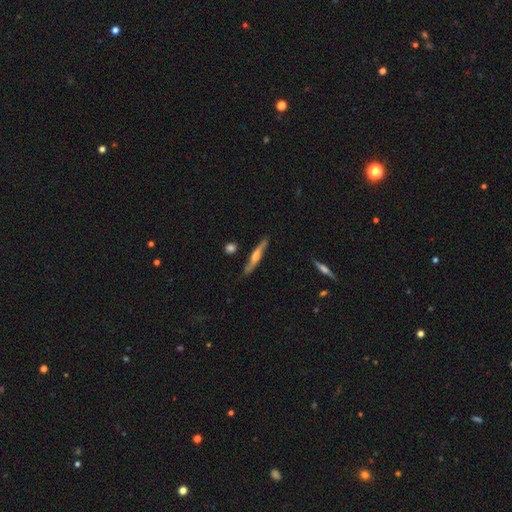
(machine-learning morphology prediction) Smooth or featured?
  - featured or disk: 66% *
  - smooth: 28%
  - star or artifact: 6%
Edge-on disk?
  - yes: 87% *
  - no: 13%
Edge-on bulge?
  - rounded: 77% *
  - none: 13%
  - boxy: 10%
Merging?
  - none: 82% *
  - minor disturbance: 14%
  - major disturbance: 3%
  - merger: 2%